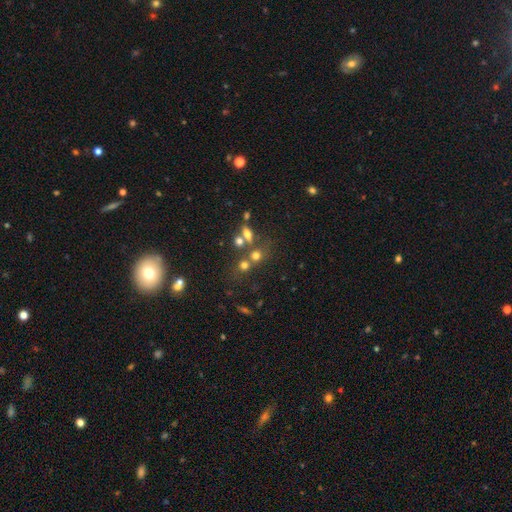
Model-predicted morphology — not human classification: A smooth galaxy with no disk features (62%) that is round (72%).

Vote fractions:
- Smooth or featured? smooth: 62% / star or artifact: 22% / featured or disk: 16%
- How rounded? round: 72% / in between: 25% / cigar-shaped: 3%
- Merging? none: 46% / merger: 37% / minor disturbance: 10% / major disturbance: 7%